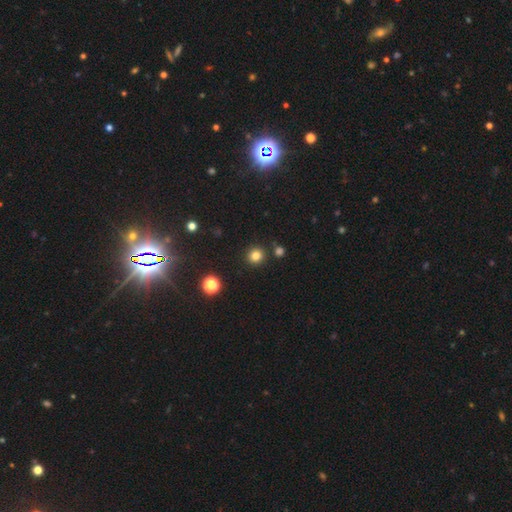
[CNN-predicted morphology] smooth_or_featured: smooth (p=0.81) [alt: star or artifact p=0.14]
how_rounded: round (p=0.93) [alt: in between p=0.06]
merging: none (p=0.87) [alt: minor disturbance p=0.06]